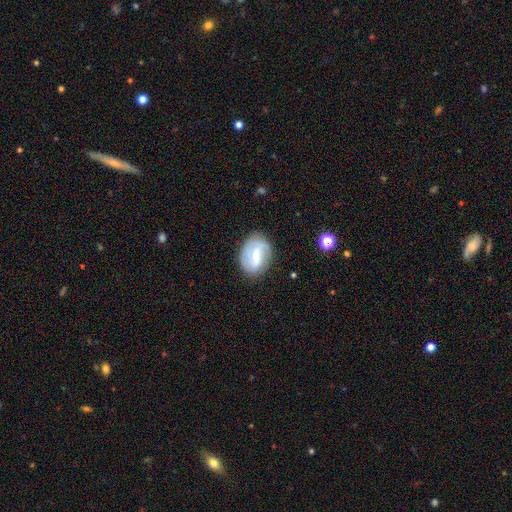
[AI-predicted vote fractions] featured or disk 66%, smooth 28%, star or artifact 7%. Down the decision tree: edge-on disk — no (96%); bar — weak (51%); spiral arms — yes (83%); spiral arm count — 2 (74%); spiral winding — loose (44%); bulge size — moderate (50%); merging — none (76%).